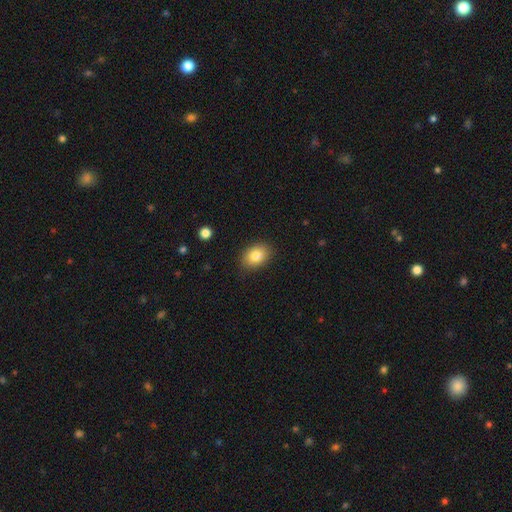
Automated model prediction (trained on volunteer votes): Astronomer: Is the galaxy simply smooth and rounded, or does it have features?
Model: smooth — 83%.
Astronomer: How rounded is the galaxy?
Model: in between — 78%.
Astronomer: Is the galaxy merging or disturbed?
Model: none — 85%.